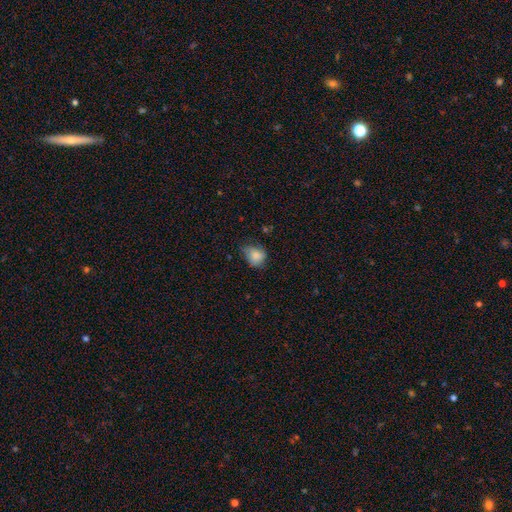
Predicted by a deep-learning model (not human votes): This appears to be a smooth galaxy with no disk features (81%) that is round (54%). Merging: none (47%).